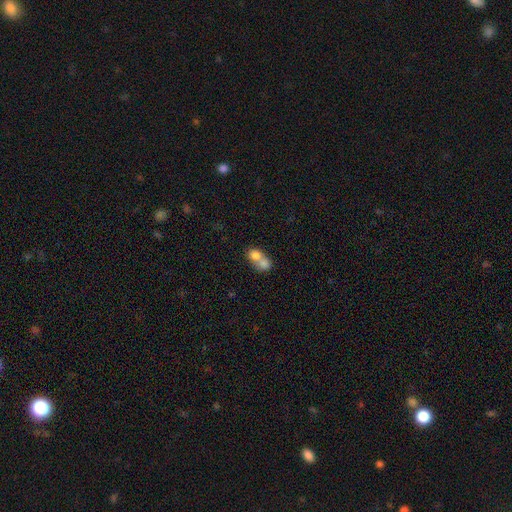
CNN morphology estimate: This appears to be a smooth galaxy with no disk features (75%) that is round (59%). Merging: merger (77%).